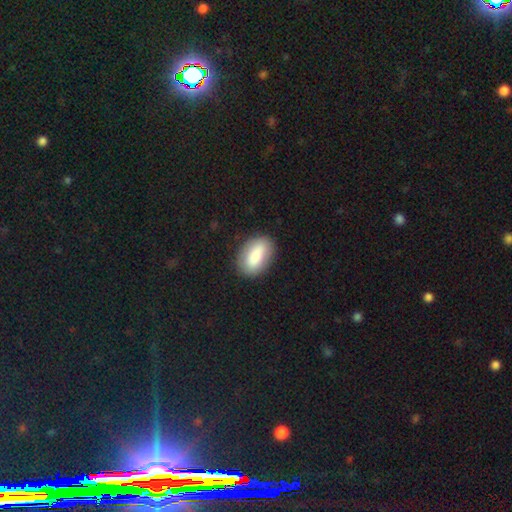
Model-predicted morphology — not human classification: Overall: smooth (79%). How rounded: in between (91%). Merging: none (86%).